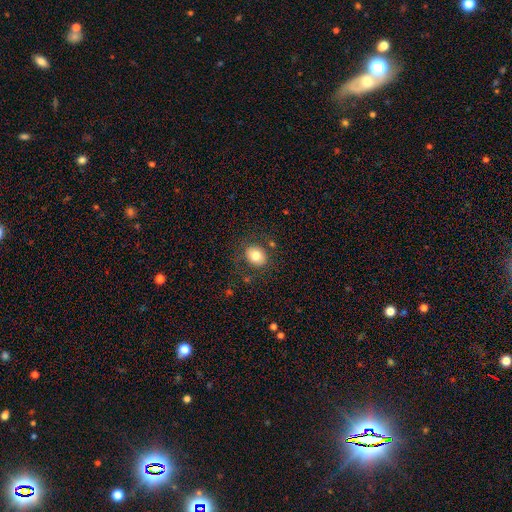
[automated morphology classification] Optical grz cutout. It shows a smooth galaxy with no disk features (79%) that is round (59%). Merging: none (81%).